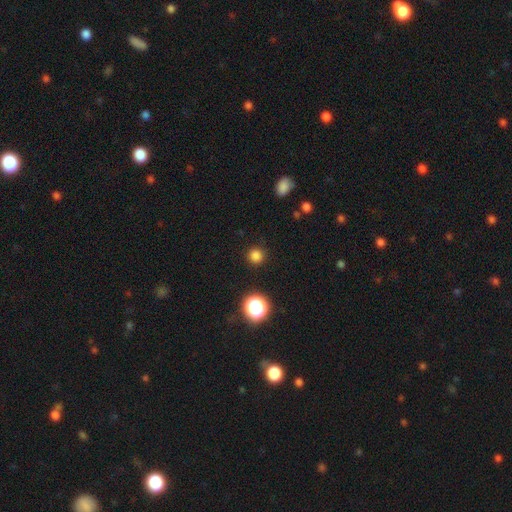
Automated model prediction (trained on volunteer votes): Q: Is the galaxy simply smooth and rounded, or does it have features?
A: smooth — 81%.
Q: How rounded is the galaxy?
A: round — 95%.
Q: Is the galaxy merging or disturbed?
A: none — 91%.